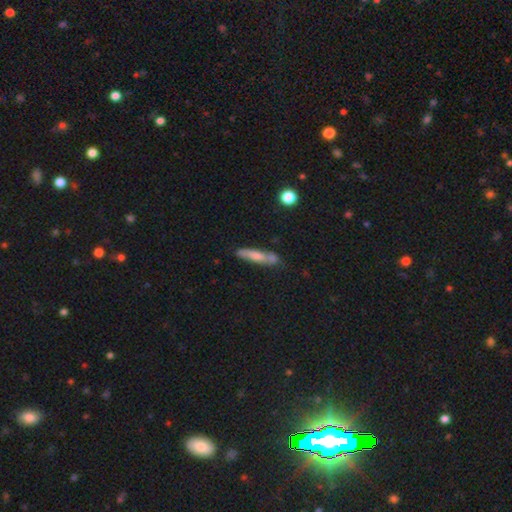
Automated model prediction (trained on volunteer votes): Smooth or featured: smooth — 61% (featured or disk — 31%)
How rounded: cigar-shaped — 83% (in between — 14%)
Merging: none — 66% (minor disturbance — 19%)